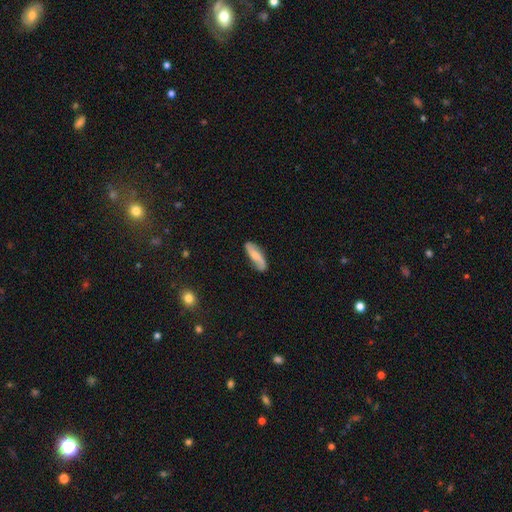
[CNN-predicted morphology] smooth-or-featured: featured or disk: 56% | smooth: 38% | star or artifact: 6%
  disk-edge-on: no: 88% | yes: 12%
  merging: none: 80% | minor disturbance: 15% | major disturbance: 4% | merger: 2%